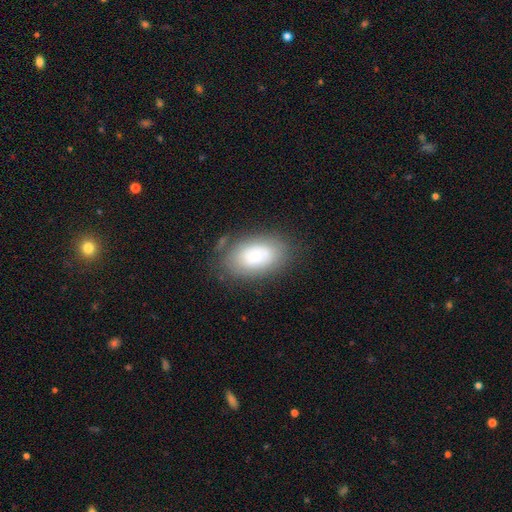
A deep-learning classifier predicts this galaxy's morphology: Smooth or featured?
  - smooth: 75% *
  - featured or disk: 16%
  - star or artifact: 8%
How rounded?
  - in between: 92% *
  - round: 7%
  - cigar-shaped: 2%
Merging?
  - none: 70% *
  - minor disturbance: 18%
  - major disturbance: 8%
  - merger: 4%